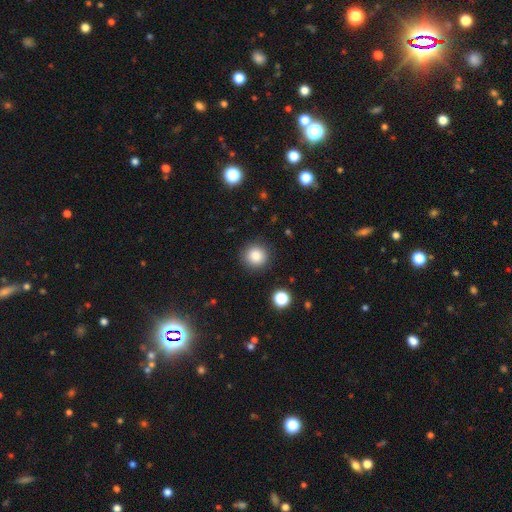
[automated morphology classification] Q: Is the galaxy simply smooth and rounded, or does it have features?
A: smooth — 84%.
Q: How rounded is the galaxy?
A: round — 93%.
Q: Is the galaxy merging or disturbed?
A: none — 89%.